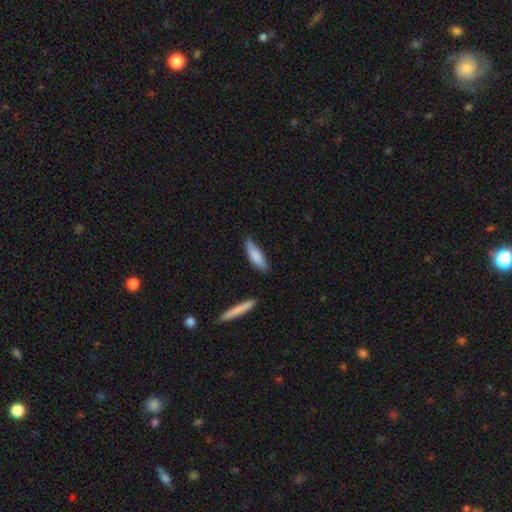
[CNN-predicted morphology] The model was most divided on "how rounded": cigar-shaped: 57%, in between: 41%, round: 1%. More confident: smooth or featured — smooth (82%); merging — none (71%).